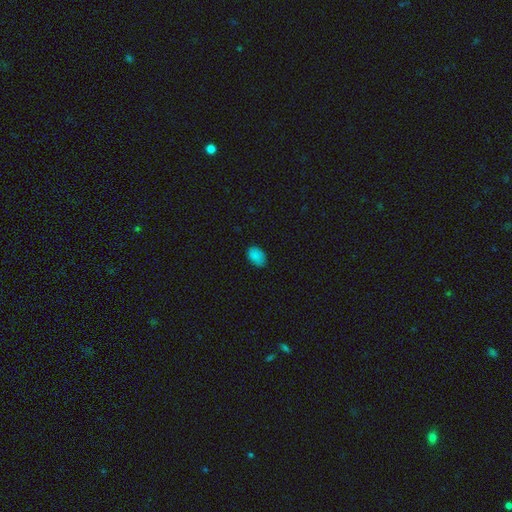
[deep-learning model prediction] A smooth galaxy with no disk features (84%) that is in between round and cigar-shaped (88%). Merging: none (79%).